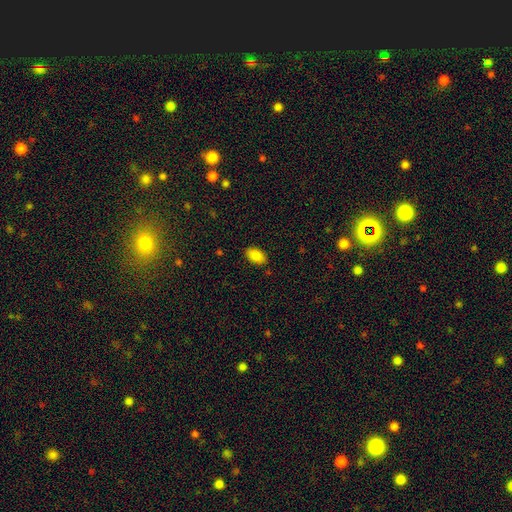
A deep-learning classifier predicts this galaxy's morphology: type=smooth (86%); roundness=in between (93%); merging=none (87%).